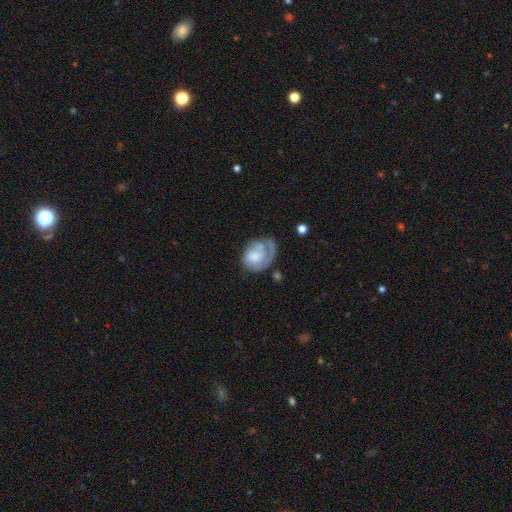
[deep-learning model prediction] Smooth or featured: featured or disk — 50% (smooth — 43%)
Merging: none — 40% (major disturbance — 27%)